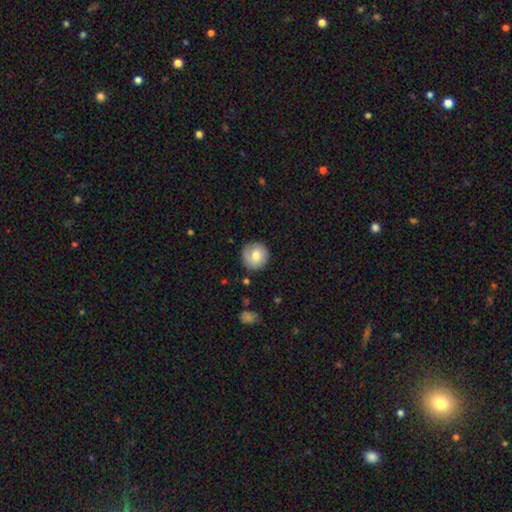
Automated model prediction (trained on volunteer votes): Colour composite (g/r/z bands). It shows a smooth galaxy with no disk features (72%) that is round (92%). Merging: none (81%).